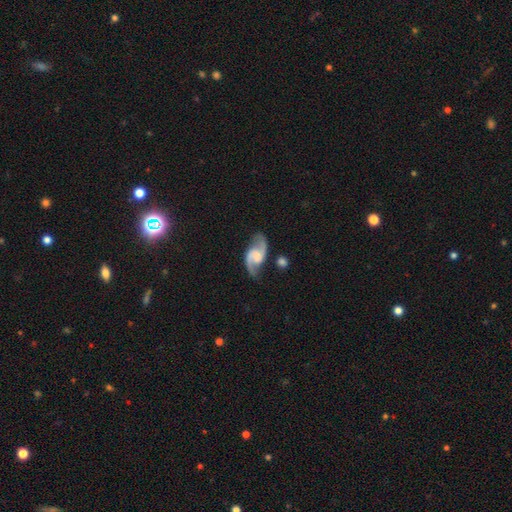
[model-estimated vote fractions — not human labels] A featured or disk galaxy (88%) with a weak bar (45%), 2 (94%) loose (46%) spiral arms (97%) and no central bulge (44%). Merging: none (74%).